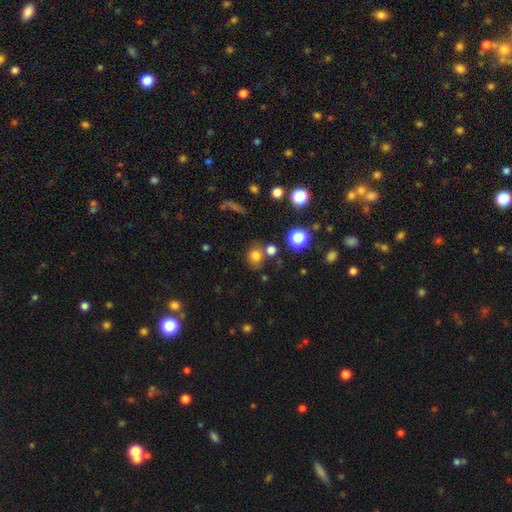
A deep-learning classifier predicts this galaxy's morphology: smooth_or_featured: smooth (p=0.74) [alt: star or artifact p=0.18]
how_rounded: round (p=0.71) [alt: in between p=0.27]
merging: none (p=0.66) [alt: merger p=0.17]